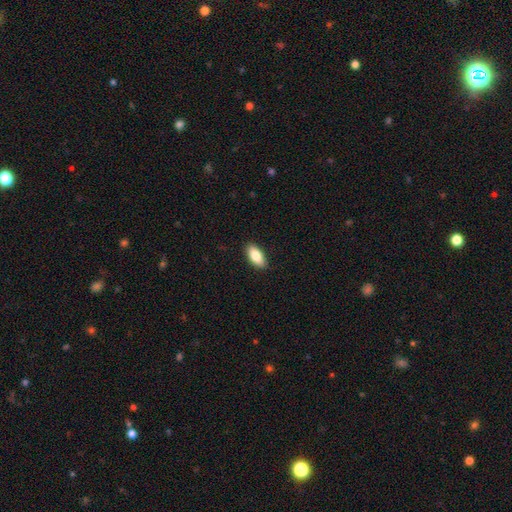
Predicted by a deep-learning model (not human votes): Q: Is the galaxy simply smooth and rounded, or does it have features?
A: smooth — 83%.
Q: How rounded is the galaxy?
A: in between — 90%.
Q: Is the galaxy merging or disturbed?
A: none — 89%.